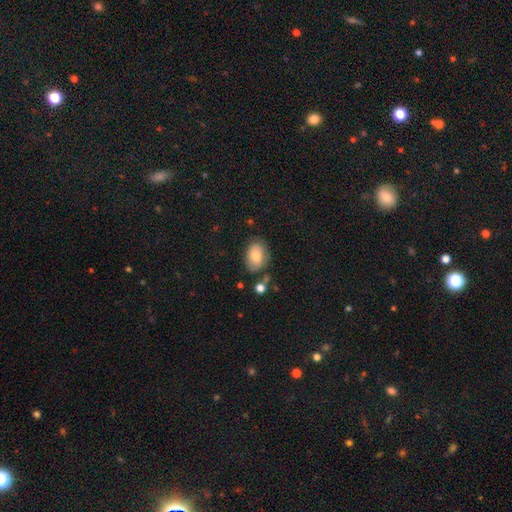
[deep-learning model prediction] Overall: smooth (77%). How rounded: in between (80%). Merging: none (74%).